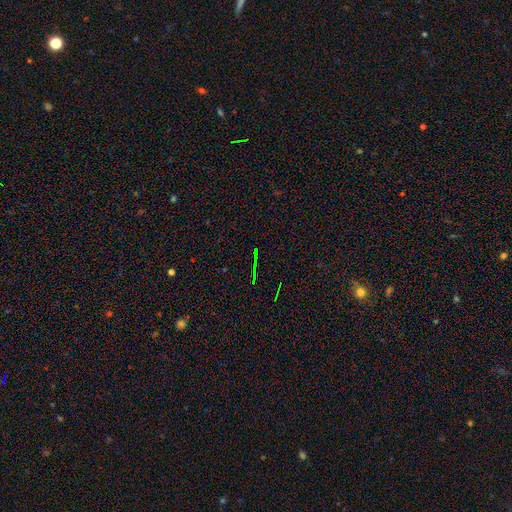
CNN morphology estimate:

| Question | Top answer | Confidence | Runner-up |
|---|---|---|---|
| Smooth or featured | star or artifact | 76% | featured or disk (13%) |